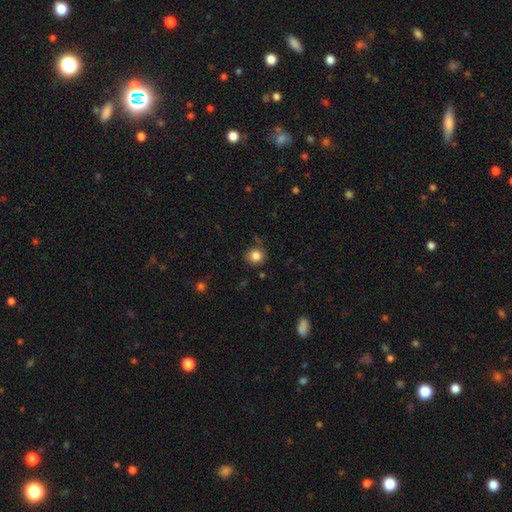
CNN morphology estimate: A smooth galaxy with no disk features (84%) that is round (85%).

Vote fractions:
- Smooth or featured? smooth: 84% / star or artifact: 10% / featured or disk: 6%
- How rounded? round: 85% / in between: 14% / cigar-shaped: 1%
- Merging? none: 78% / minor disturbance: 15% / major disturbance: 4% / merger: 3%